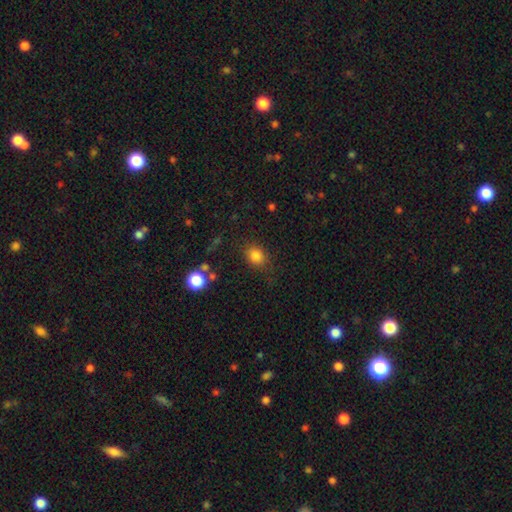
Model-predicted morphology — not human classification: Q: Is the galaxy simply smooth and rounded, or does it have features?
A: smooth — 82%.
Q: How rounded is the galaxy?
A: round — 58%.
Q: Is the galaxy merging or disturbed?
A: none — 79%.